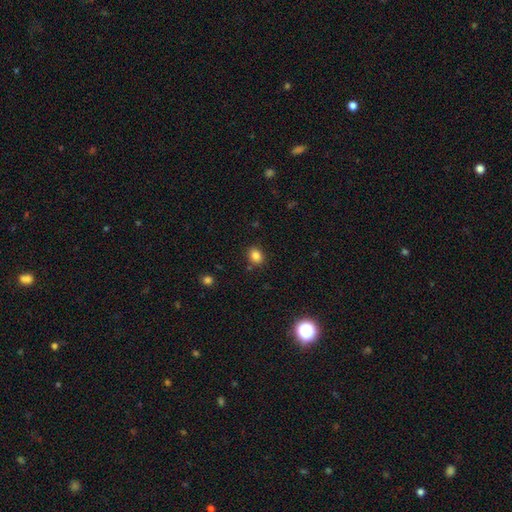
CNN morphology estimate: Smooth or featured? Predicted: smooth (p=0.84). How rounded? Predicted: in between (p=0.50). Merging? Predicted: none (p=0.85).